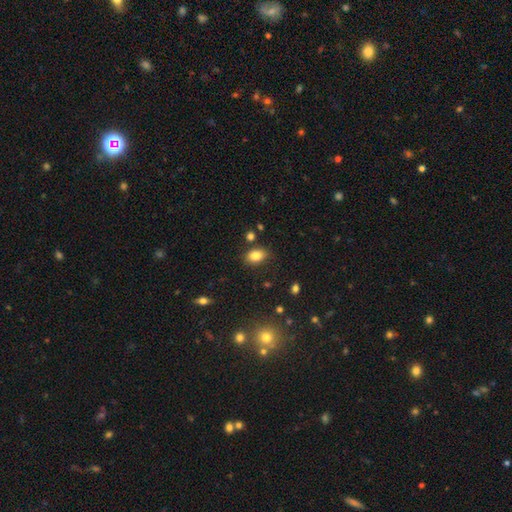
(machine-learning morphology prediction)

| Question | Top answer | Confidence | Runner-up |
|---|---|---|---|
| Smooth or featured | smooth | 83% | star or artifact (10%) |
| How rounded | in between | 79% | round (20%) |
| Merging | none | 81% | minor disturbance (12%) |